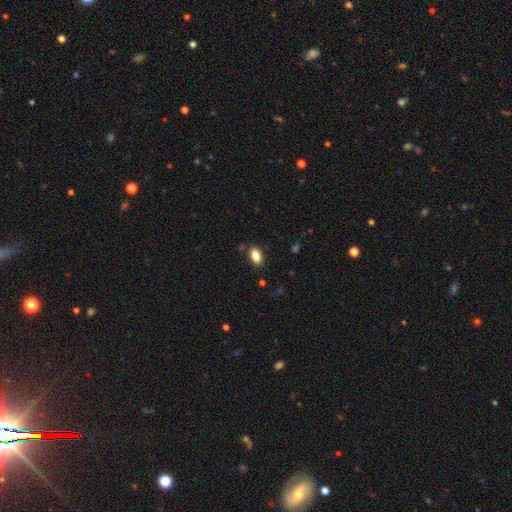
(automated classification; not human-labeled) Overall: smooth (87%). How rounded: in between (91%). Merging: none (85%).